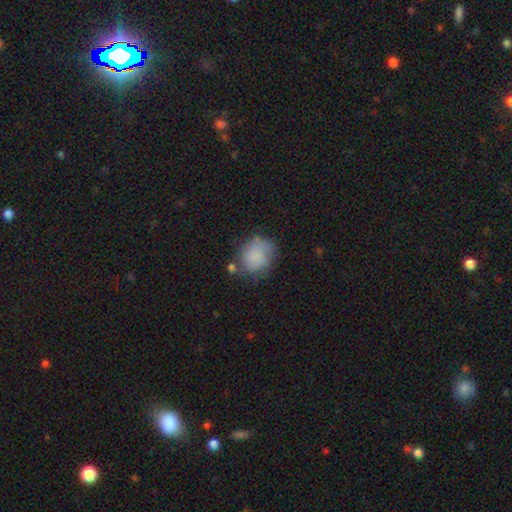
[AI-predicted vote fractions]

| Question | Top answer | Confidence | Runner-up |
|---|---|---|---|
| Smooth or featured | smooth | 70% | featured or disk (21%) |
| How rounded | round | 66% | in between (33%) |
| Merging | none | 51% | minor disturbance (29%) |